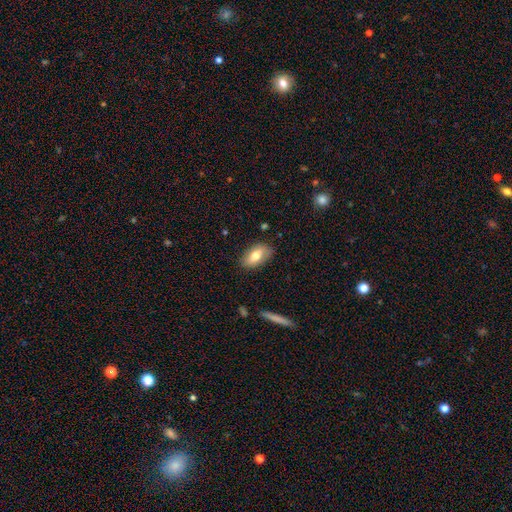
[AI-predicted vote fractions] Morphology: type=smooth (72%); roundness=in between (91%); merging=none (83%).